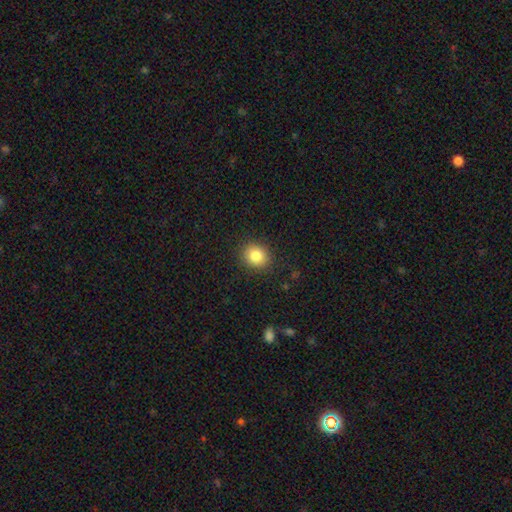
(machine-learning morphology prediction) This is clearly a smooth galaxy (83%). How rounded: likely round (77%). Merging: clearly none (89%).